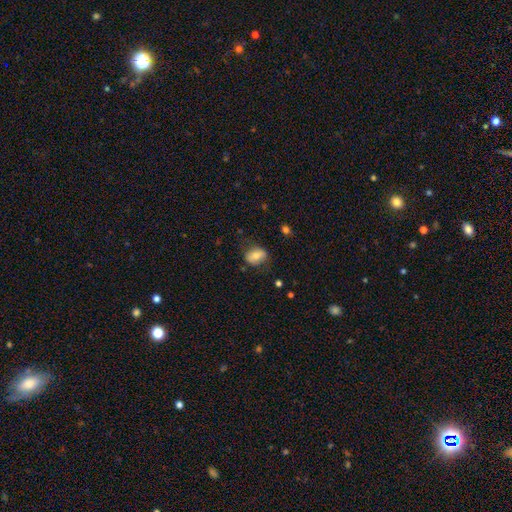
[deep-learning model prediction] This appears to be a smooth galaxy with no disk features (74%) that is in between round and cigar-shaped (72%). Merging: none (71%).